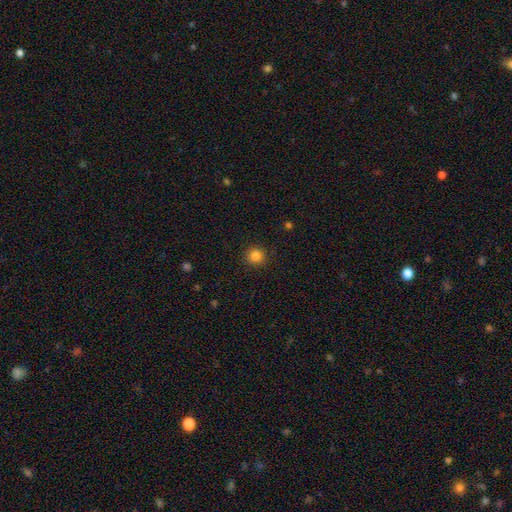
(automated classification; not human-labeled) This appears to be a smooth galaxy with no disk features (85%) that is round (93%). Merging: none (91%).